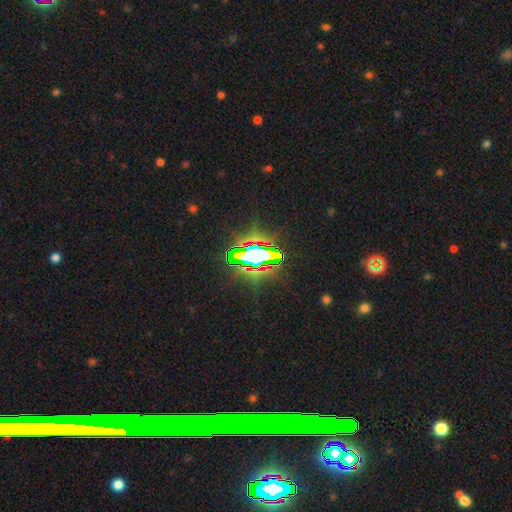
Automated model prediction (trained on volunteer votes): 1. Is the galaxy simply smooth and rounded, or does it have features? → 75% star or artifact, 13% smooth, 12% featured or disk.